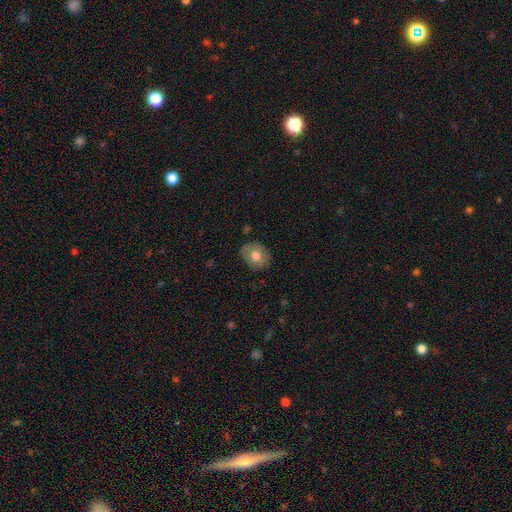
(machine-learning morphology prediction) Smooth or featured?
  - smooth: 71% *
  - featured or disk: 21%
  - star or artifact: 8%
How rounded?
  - round: 54% *
  - in between: 46%
  - cigar-shaped: 1%
Merging?
  - none: 79% *
  - minor disturbance: 16%
  - major disturbance: 3%
  - merger: 1%